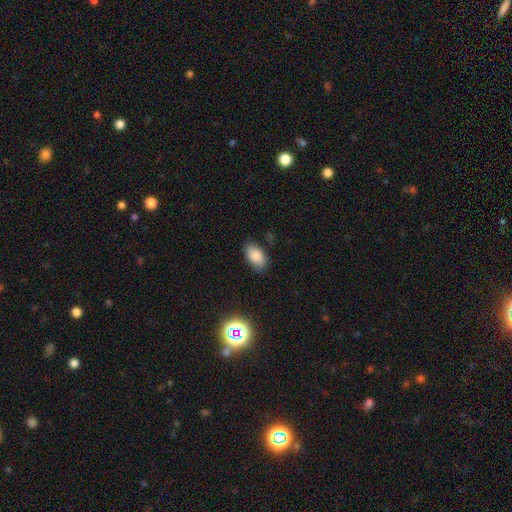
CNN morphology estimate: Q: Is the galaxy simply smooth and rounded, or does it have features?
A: smooth — 84%.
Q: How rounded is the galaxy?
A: in between — 92%.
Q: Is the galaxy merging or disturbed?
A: none — 81%.